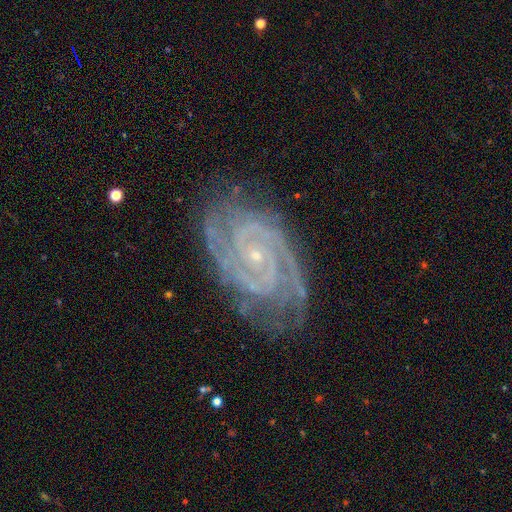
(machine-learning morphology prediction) featured or disk 91%, star or artifact 6%, smooth 3%. Down the decision tree: edge-on disk — no (97%); bar — no (66%); spiral arms — yes (99%); spiral arm count — 2 (54%); spiral winding — tight (73%); bulge size — small (86%); merging — none (79%).